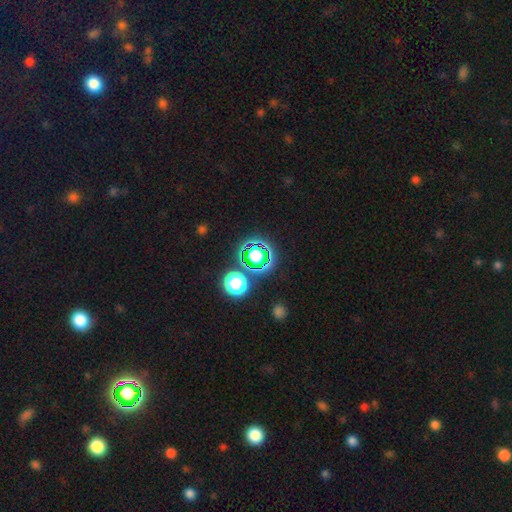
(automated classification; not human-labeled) A star or artifact, not a galaxy (57%).